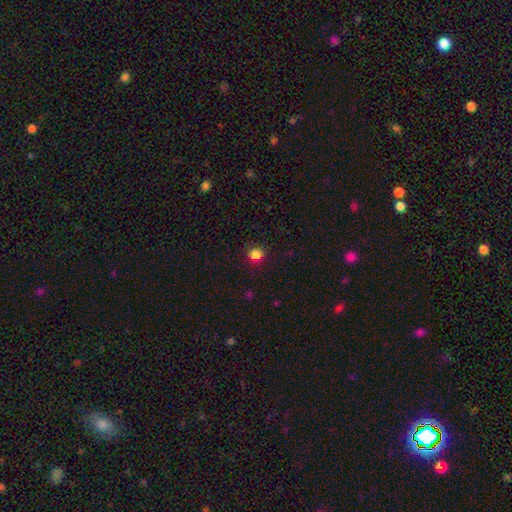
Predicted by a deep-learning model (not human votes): Smooth or featured?
  - smooth: 80% *
  - star or artifact: 16%
  - featured or disk: 4%
How rounded?
  - round: 86% *
  - in between: 13%
  - cigar-shaped: 1%
Merging?
  - none: 86% *
  - minor disturbance: 8%
  - merger: 3%
  - major disturbance: 3%